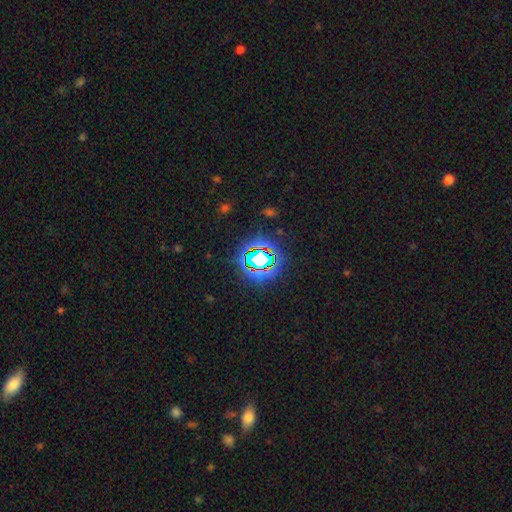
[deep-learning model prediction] A star or artifact, not a galaxy (76%).